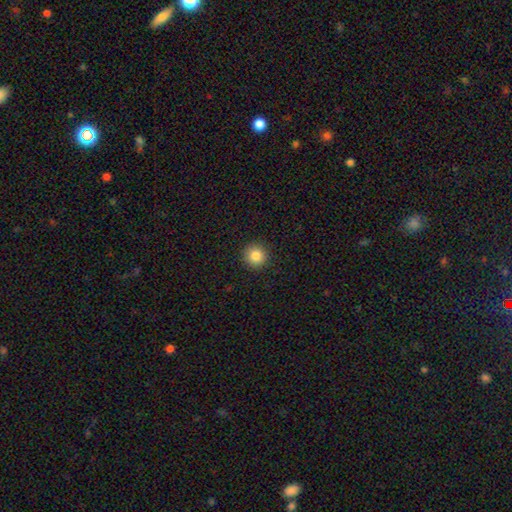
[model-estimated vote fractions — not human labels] Smooth or featured? Predicted: smooth (p=0.84). How rounded? Predicted: round (p=0.95). Merging? Predicted: none (p=0.93).